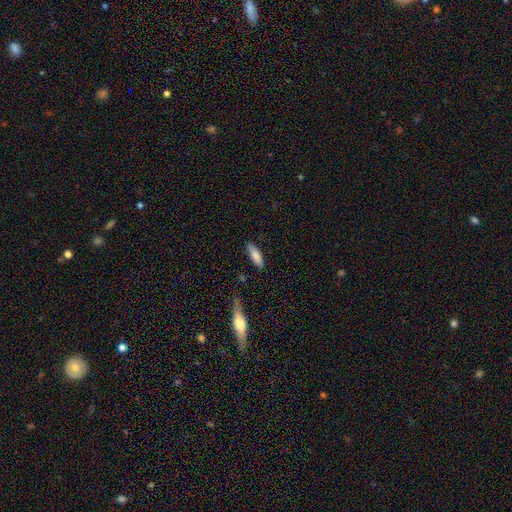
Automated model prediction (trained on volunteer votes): Smooth or featured?
  - smooth: 82% *
  - featured or disk: 12%
  - star or artifact: 6%
How rounded?
  - in between: 56% *
  - cigar-shaped: 43%
  - round: 2%
Merging?
  - none: 77% *
  - minor disturbance: 17%
  - major disturbance: 3%
  - merger: 3%